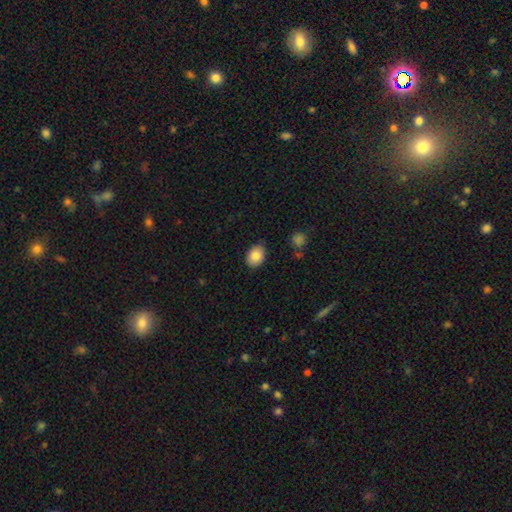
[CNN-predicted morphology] Smooth or featured: smooth — 87% (star or artifact — 8%)
How rounded: in between — 72% (round — 27%)
Merging: none — 85% (minor disturbance — 11%)